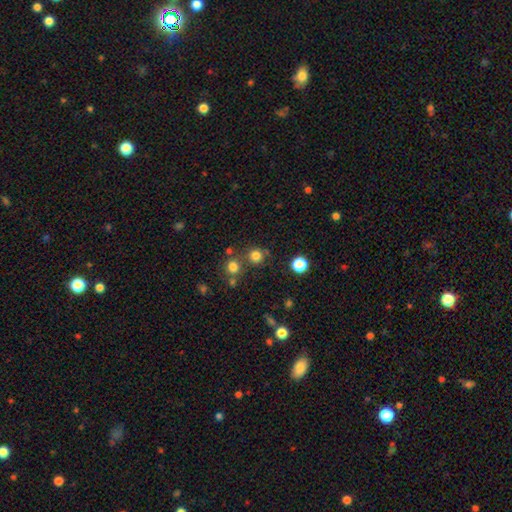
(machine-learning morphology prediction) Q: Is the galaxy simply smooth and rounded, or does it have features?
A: smooth — 78%.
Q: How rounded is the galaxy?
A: round — 92%.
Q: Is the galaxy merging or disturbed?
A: none — 73%.